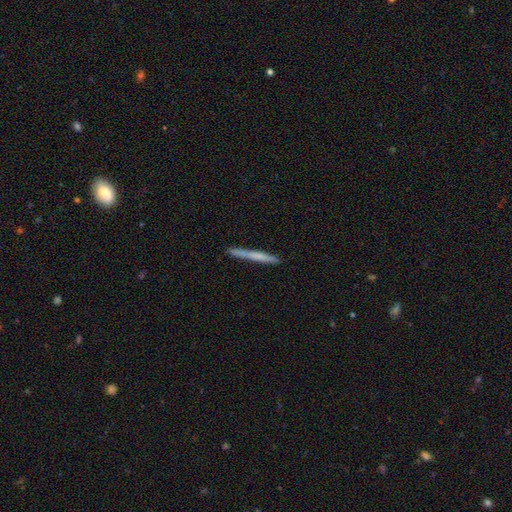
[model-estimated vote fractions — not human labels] Smooth or featured?
  - smooth: 55% *
  - featured or disk: 39%
  - star or artifact: 6%
How rounded?
  - cigar-shaped: 97% *
  - in between: 2%
  - round: 1%
Merging?
  - none: 89% *
  - minor disturbance: 8%
  - major disturbance: 1%
  - merger: 1%